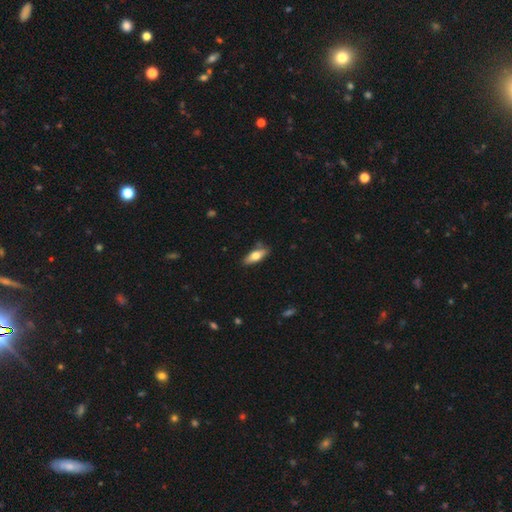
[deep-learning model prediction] A smooth galaxy with no disk features (62%) that is in between round and cigar-shaped (62%). Merging: none (79%).